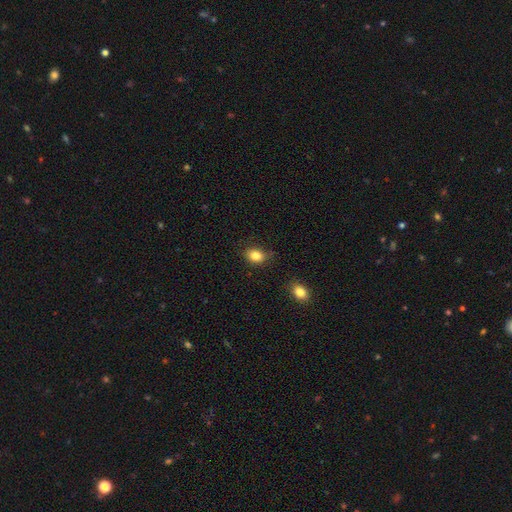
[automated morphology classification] A smooth galaxy with no disk features (84%) that is in between round and cigar-shaped (59%).

Vote fractions:
- Smooth or featured? smooth: 84% / star or artifact: 10% / featured or disk: 6%
- How rounded? in between: 59% / round: 40% / cigar-shaped: 1%
- Merging? none: 78% / minor disturbance: 17% / major disturbance: 3% / merger: 2%